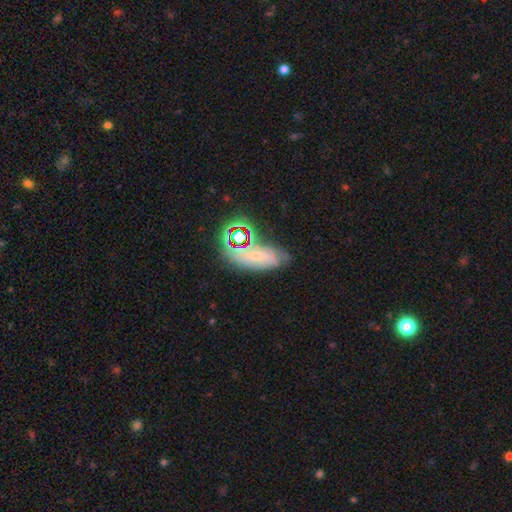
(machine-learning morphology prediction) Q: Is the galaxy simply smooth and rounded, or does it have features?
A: featured or disk — 40%.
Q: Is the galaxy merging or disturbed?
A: none — 59%.